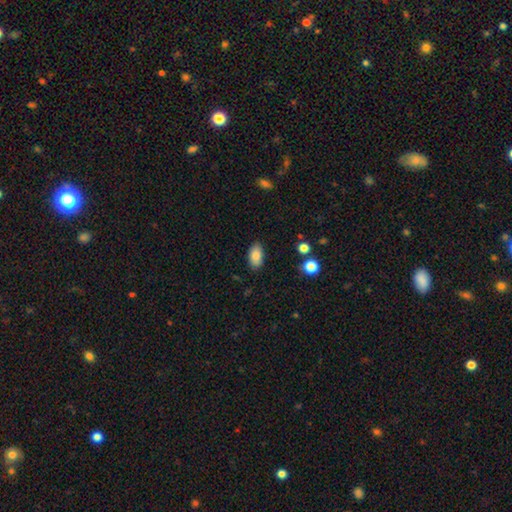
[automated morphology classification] Smooth or featured? smooth (83%)
How rounded? in between (93%)
Merging? none (85%)